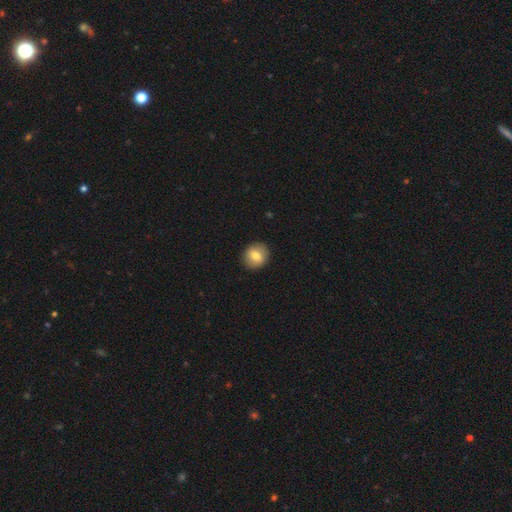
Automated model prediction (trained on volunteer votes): smooth-or-featured: smooth: 72% | featured or disk: 20% | star or artifact: 8%
  how-rounded: round: 79% | in between: 19% | cigar-shaped: 1%
  merging: none: 90% | minor disturbance: 7% | major disturbance: 2% | merger: 1%